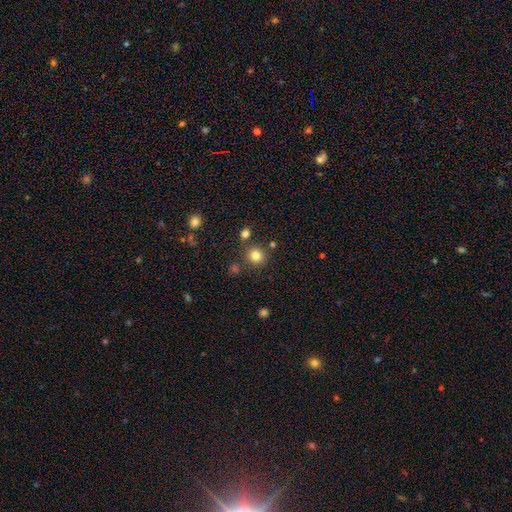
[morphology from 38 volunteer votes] smooth-or-featured: smooth: 87% | star or artifact: 8% | featured or disk: 5%
  how-rounded: round: 100% | in between: 0% | cigar-shaped: 0%
  merging: none: 91% | minor disturbance: 6% | major disturbance: 3% | merger: 0%